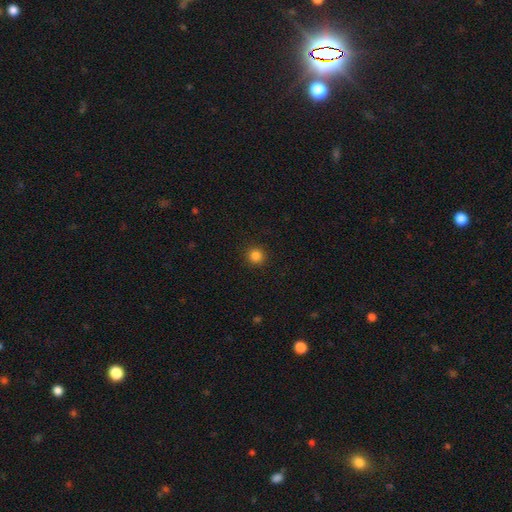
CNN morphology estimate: smooth_or_featured: smooth (p=0.84) [alt: star or artifact p=0.12]
how_rounded: round (p=0.95) [alt: in between p=0.04]
merging: none (p=0.92) [alt: minor disturbance p=0.05]